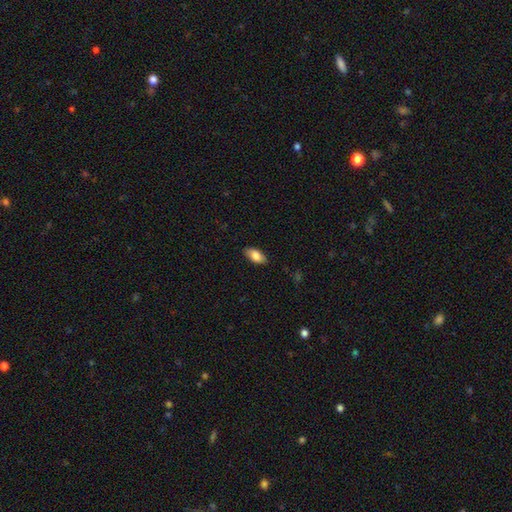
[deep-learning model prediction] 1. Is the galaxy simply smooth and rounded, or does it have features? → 82% smooth, 11% featured or disk, 6% star or artifact.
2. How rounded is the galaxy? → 91% in between, 6% cigar-shaped, 3% round.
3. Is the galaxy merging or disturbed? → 86% none, 11% minor disturbance, 2% major disturbance, 1% merger.